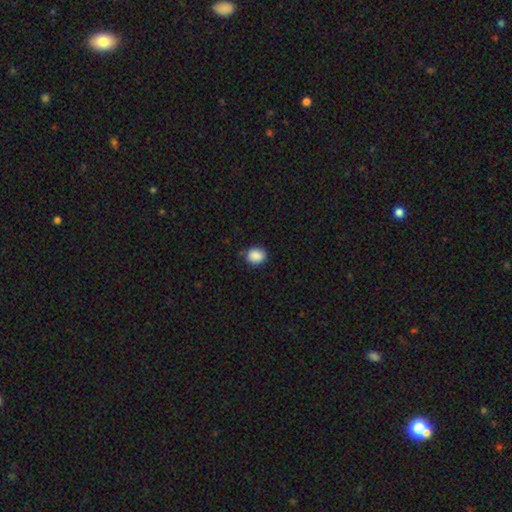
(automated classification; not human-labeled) This is clearly a smooth galaxy (89%). How rounded: likely round (60%). Merging: clearly none (84%).